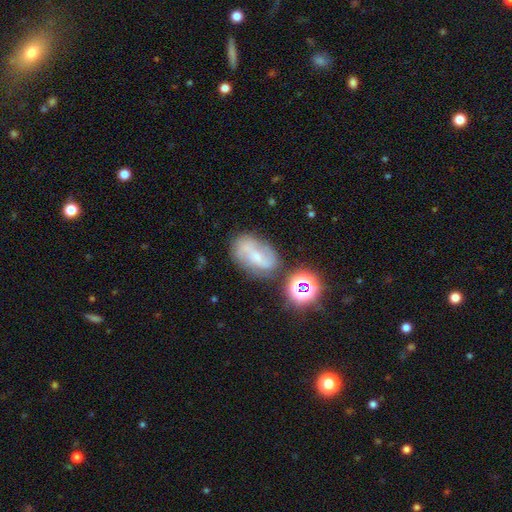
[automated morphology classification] The model was most divided on "spiral winding": loose: 42%, medium: 40%, tight: 18%. Remaining: edge-on disk — no (95%); spiral arms — yes (86%); spiral arm count — 2 (74%); bulge size — small (70%); smooth or featured — featured or disk (65%); merging — none (62%); bar — no (43%).